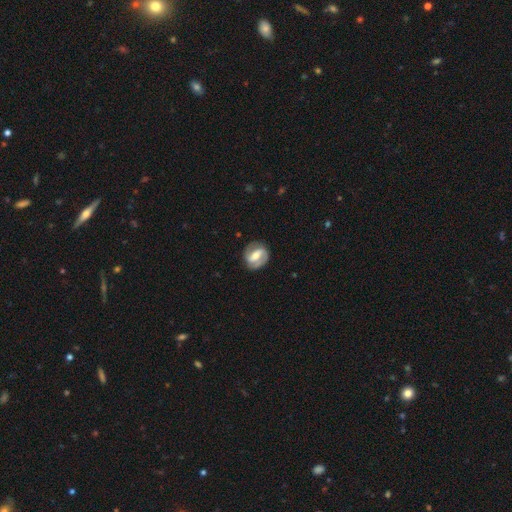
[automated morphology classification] Smooth or featured? Predicted: featured or disk (p=0.75). Edge-on disk? Predicted: no (p=0.96). Bar? Predicted: strong (p=0.58). Spiral arms? Predicted: yes (p=0.82). Spiral winding? Predicted: medium (p=0.42). Spiral arm count? Predicted: 2 (p=0.84). Bulge size? Predicted: moderate (p=0.59). Merging? Predicted: none (p=0.81).